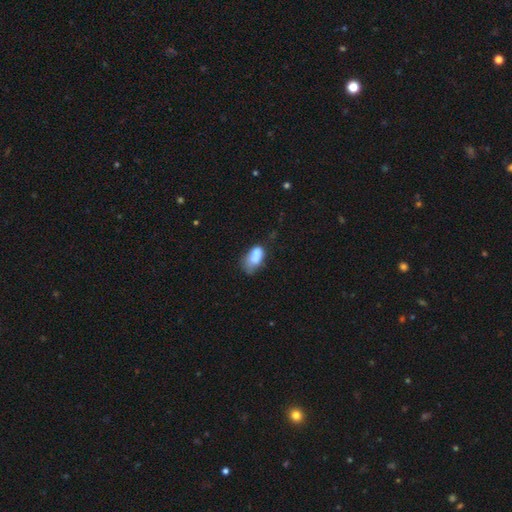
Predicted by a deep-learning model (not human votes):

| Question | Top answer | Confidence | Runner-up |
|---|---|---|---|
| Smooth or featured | smooth | 68% | featured or disk (22%) |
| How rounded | in between | 88% | round (9%) |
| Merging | merger | 29% | minor disturbance (27%) |